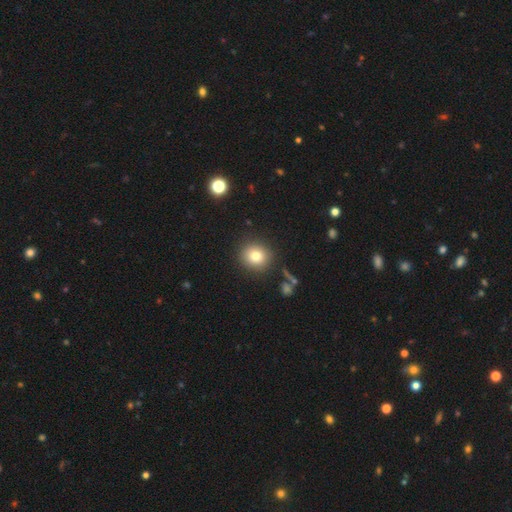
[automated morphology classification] type=smooth (78%); roundness=round (87%); merging=none (88%).